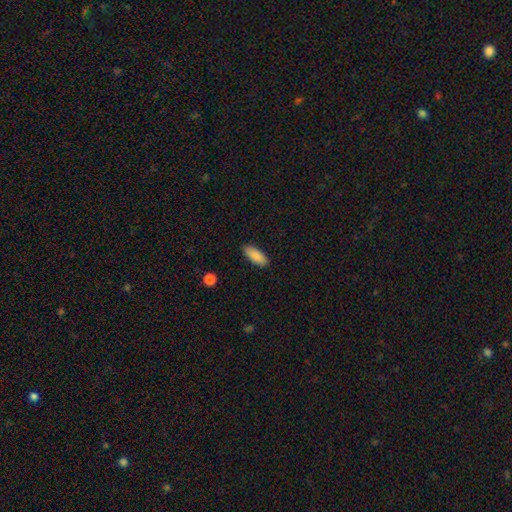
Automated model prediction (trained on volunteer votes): A smooth galaxy with no disk features (88%) that is in between round and cigar-shaped (78%). Merging: none (88%).